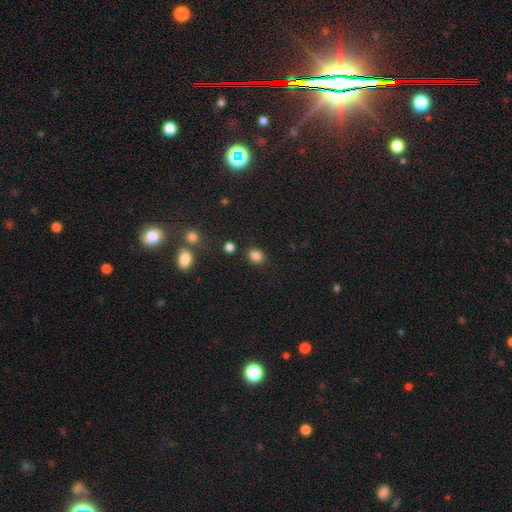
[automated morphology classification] smooth_or_featured: smooth (p=0.84) [alt: star or artifact p=0.11]
how_rounded: in between (p=0.50) [alt: round p=0.49]
merging: none (p=0.80) [alt: minor disturbance p=0.12]